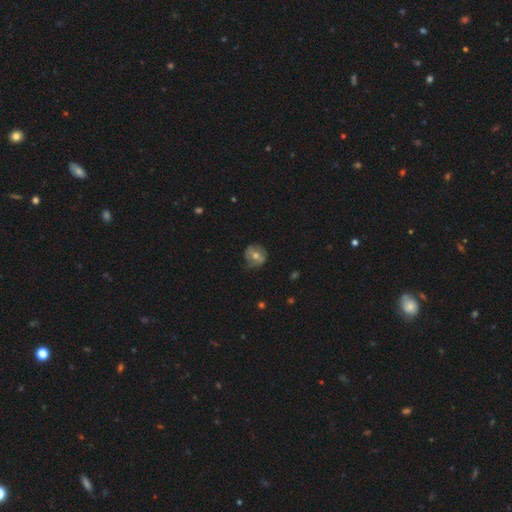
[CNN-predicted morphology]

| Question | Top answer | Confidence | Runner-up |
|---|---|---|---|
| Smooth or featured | smooth | 47% | featured or disk (43%) |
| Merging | none | 61% | minor disturbance (27%) |